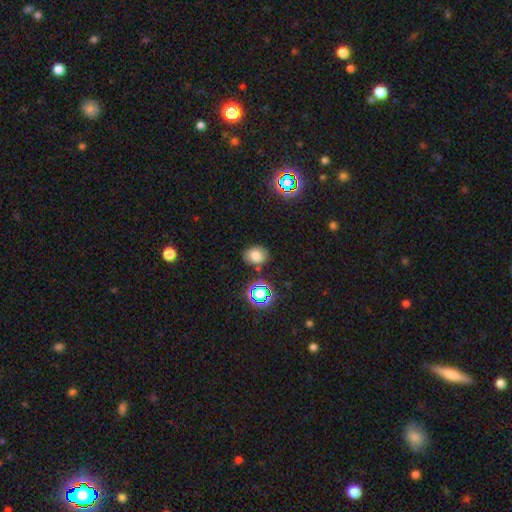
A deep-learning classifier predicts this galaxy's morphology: Smooth or featured?
  - smooth: 72% *
  - star or artifact: 17%
  - featured or disk: 11%
How rounded?
  - in between: 62% *
  - round: 37%
  - cigar-shaped: 1%
Merging?
  - none: 79% *
  - minor disturbance: 13%
  - merger: 4%
  - major disturbance: 3%